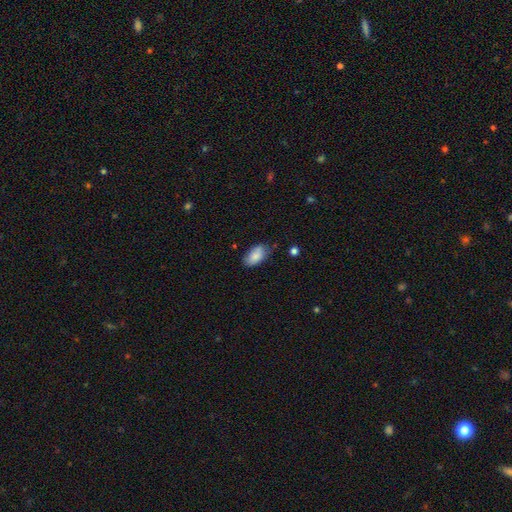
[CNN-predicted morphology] smooth 85%, featured or disk 9%, star or artifact 7%. Down the decision tree: how rounded — in between (94%); merging — none (72%).